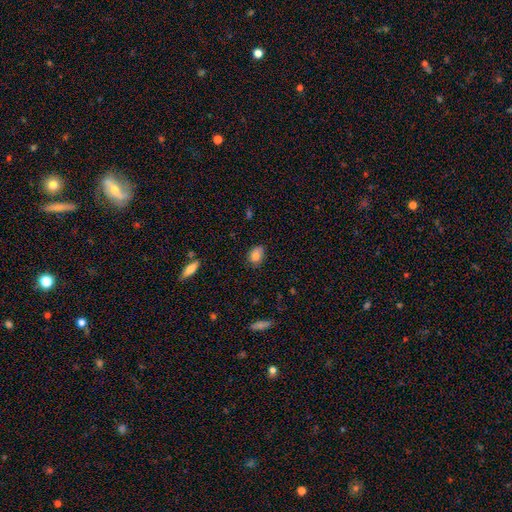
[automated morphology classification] A smooth galaxy with no disk features (81%) that is in between round and cigar-shaped (68%). Merging: none (74%).